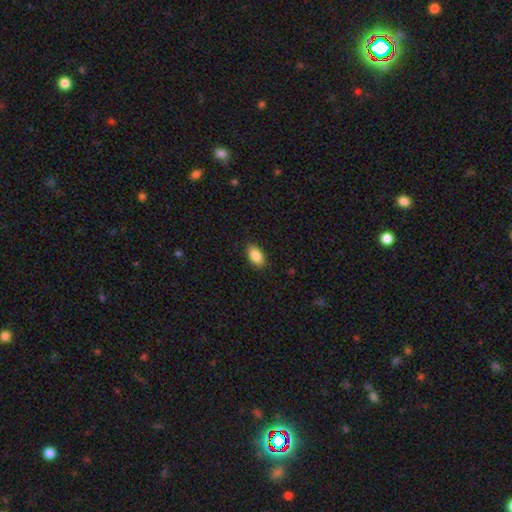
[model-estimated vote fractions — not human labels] A smooth galaxy with no disk features (88%) that is in between round and cigar-shaped (93%).

Vote fractions:
- Smooth or featured? smooth: 88% / star or artifact: 7% / featured or disk: 4%
- How rounded? in between: 93% / round: 5% / cigar-shaped: 2%
- Merging? none: 88% / minor disturbance: 9% / major disturbance: 2% / merger: 1%